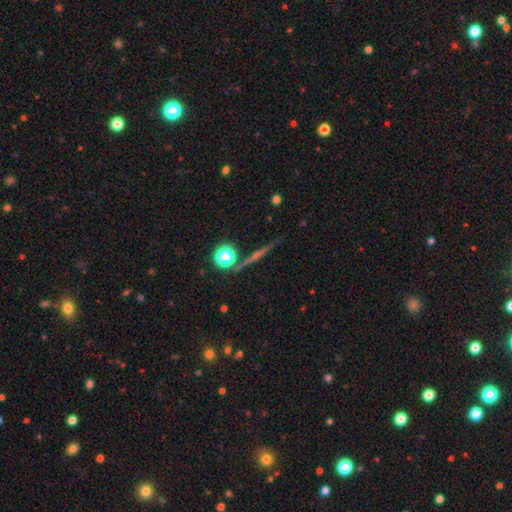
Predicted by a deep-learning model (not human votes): smooth-or-featured: featured or disk: 63% | smooth: 19% | star or artifact: 18%
  disk-edge-on: yes: 96% | no: 4%
    edge-on-bulge: rounded: 51% | none: 38% | boxy: 11%
  merging: none: 90% | minor disturbance: 6% | merger: 3% | major disturbance: 2%